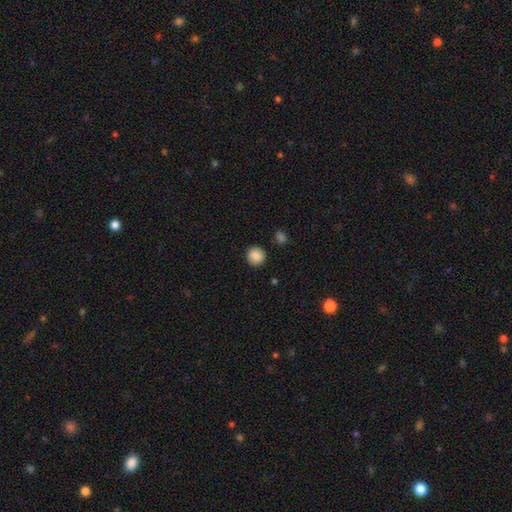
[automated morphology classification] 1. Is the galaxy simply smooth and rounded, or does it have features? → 87% smooth, 9% star or artifact, 5% featured or disk.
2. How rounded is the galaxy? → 92% round, 7% in between, 1% cigar-shaped.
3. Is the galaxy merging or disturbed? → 90% none, 6% minor disturbance, 2% major disturbance, 2% merger.